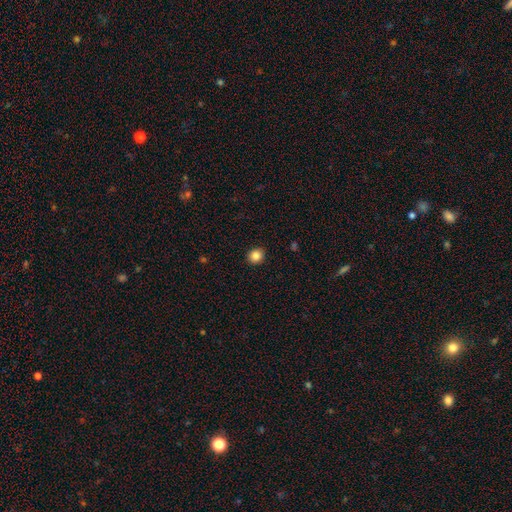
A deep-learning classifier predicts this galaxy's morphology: Smooth or featured: smooth — 85% (star or artifact — 11%)
How rounded: round — 83% (in between — 16%)
Merging: none — 92% (minor disturbance — 5%)